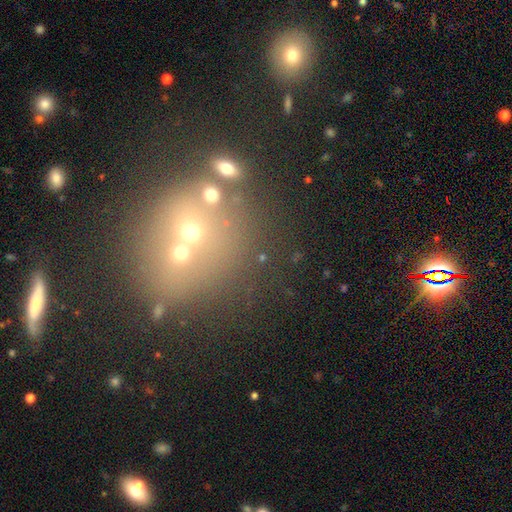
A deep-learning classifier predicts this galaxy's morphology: The model was most divided on "merging": none: 46%, merger: 42%, minor disturbance: 8%, major disturbance: 5%. Remaining: smooth or featured — smooth (43%).